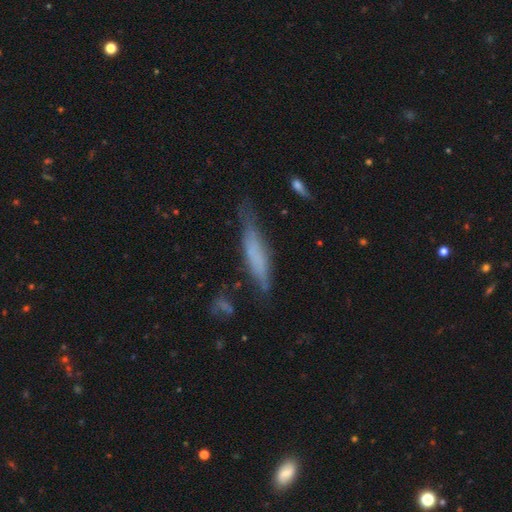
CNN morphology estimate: smooth 58%, featured or disk 33%, star or artifact 9%. Down the decision tree: how rounded — cigar-shaped (83%); merging — none (58%).